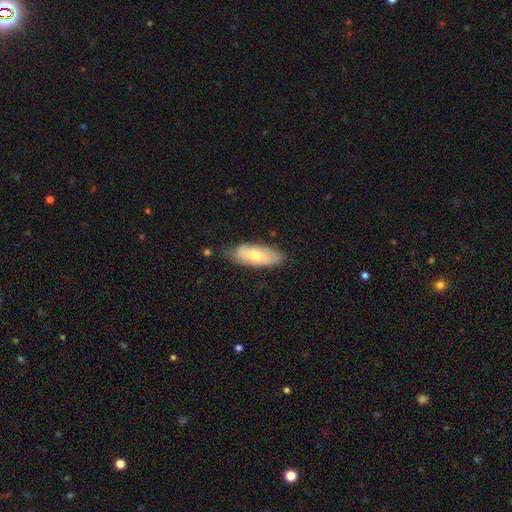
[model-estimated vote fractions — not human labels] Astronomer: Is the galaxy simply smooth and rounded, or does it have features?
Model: smooth — 56% (runner-up: featured or disk, 37%).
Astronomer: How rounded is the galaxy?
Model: in between — 81%.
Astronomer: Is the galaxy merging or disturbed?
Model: none — 72%.